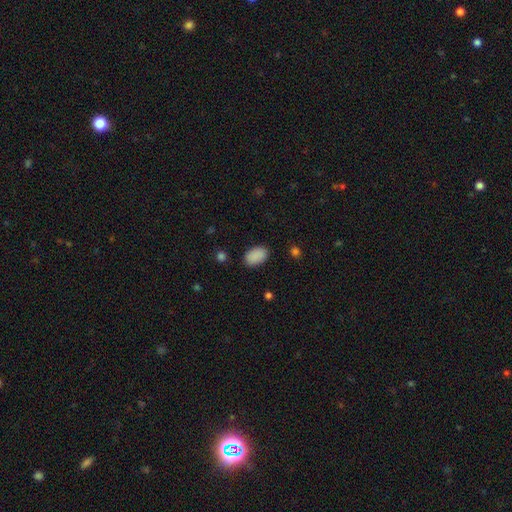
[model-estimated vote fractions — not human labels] Smooth or featured: smooth — 90% (star or artifact — 8%)
How rounded: in between — 92% (round — 7%)
Merging: none — 86% (minor disturbance — 10%)